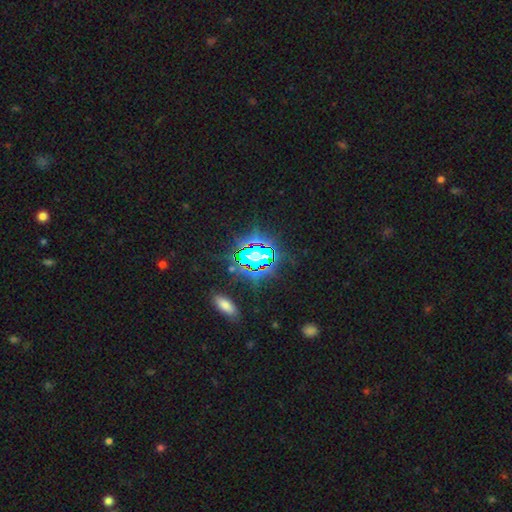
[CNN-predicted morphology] smooth_or_featured: star or artifact (p=0.72) [alt: smooth p=0.16]